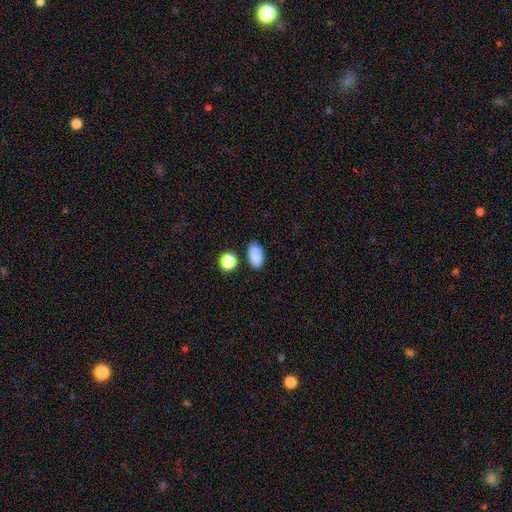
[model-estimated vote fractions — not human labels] A smooth galaxy with no disk features (87%) that is in between round and cigar-shaped (91%). Merging: none (78%).